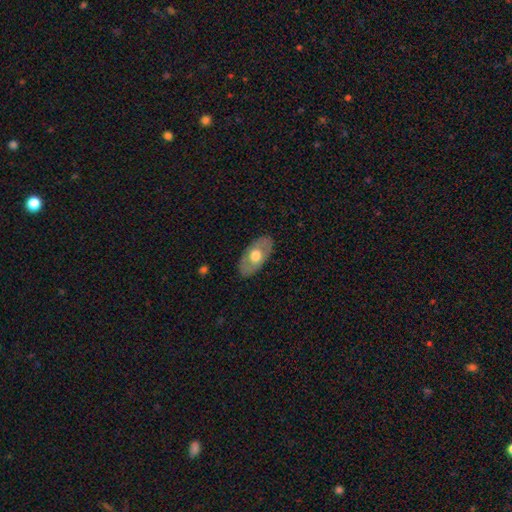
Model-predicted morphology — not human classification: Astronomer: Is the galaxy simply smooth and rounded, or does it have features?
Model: smooth — 51% (runner-up: featured or disk, 43%).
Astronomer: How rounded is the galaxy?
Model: in between — 91%.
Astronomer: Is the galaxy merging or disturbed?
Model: none — 84%.